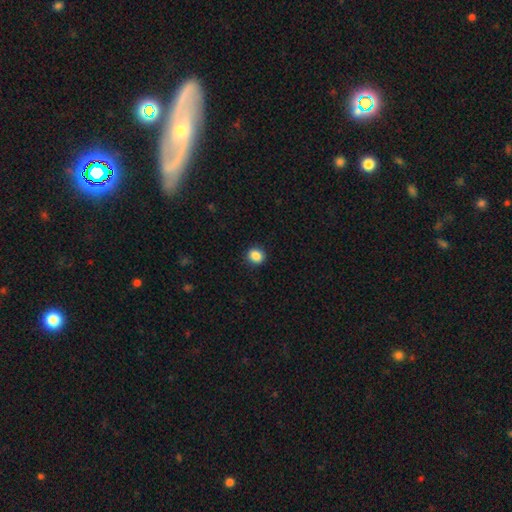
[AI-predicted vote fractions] This appears to be a smooth galaxy with no disk features (87%) that is round (76%). Merging: none (91%).